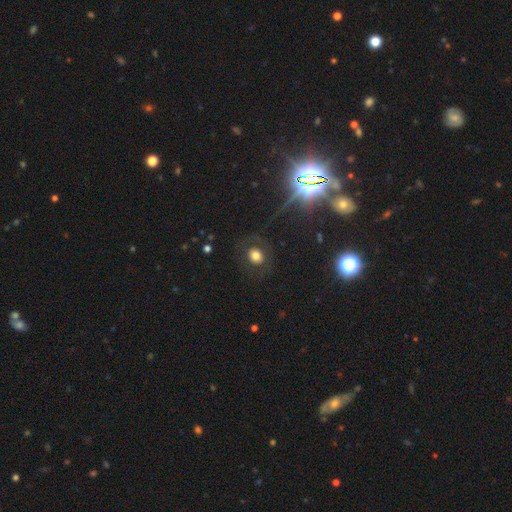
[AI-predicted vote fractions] The model was most divided on "how rounded": round: 65%, in between: 34%, cigar-shaped: 1%. More confident: merging — none (80%); smooth or featured — smooth (64%).